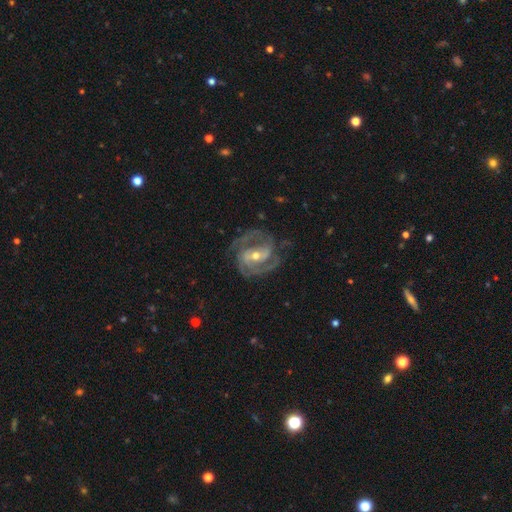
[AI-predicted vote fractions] This is clearly a featured or disk galaxy (91%). It is clearly not viewed edge-on (97%). Bar: marginally weak (40%). Spiral arm pattern: clearly yes (98%). Spiral arm count: likely 2 (63%). Spiral winding: possibly medium (49%). Central bulge: possibly moderate (53%). Merging: likely none (73%).